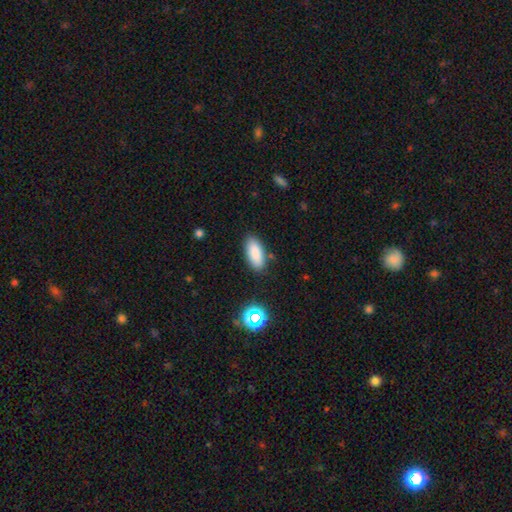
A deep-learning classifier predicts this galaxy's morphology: smooth 86%, star or artifact 8%, featured or disk 6%. Down the decision tree: how rounded — in between (85%); merging — none (85%).